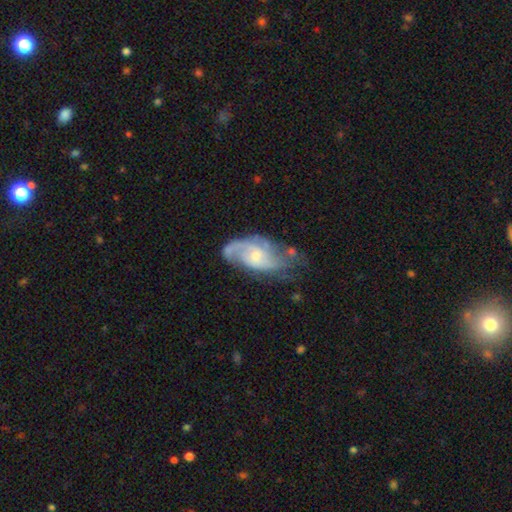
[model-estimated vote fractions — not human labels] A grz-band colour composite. It shows a featured or disk galaxy (80%) with no bar (62%), 2 (53%) medium (46%) spiral arms (93%) and a small central bulge (57%). Merging: none (52%).